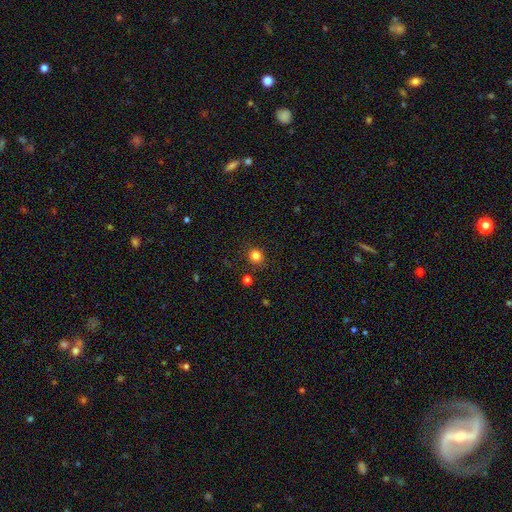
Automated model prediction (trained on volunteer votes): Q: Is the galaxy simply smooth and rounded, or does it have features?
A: smooth — 82%.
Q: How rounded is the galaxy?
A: round — 88%.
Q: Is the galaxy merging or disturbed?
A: none — 88%.